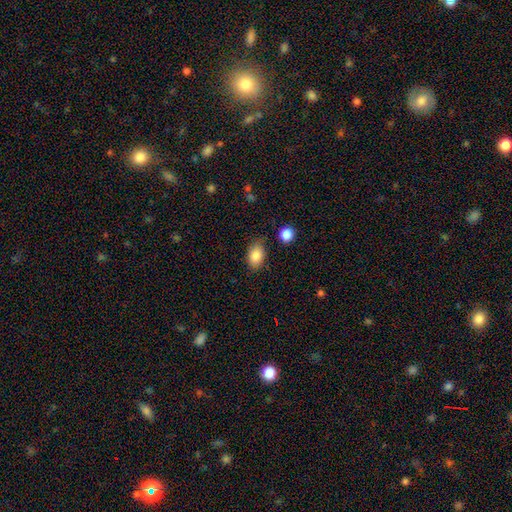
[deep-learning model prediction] This is clearly a smooth galaxy (85%). How rounded: clearly in between (86%). Merging: likely none (79%).